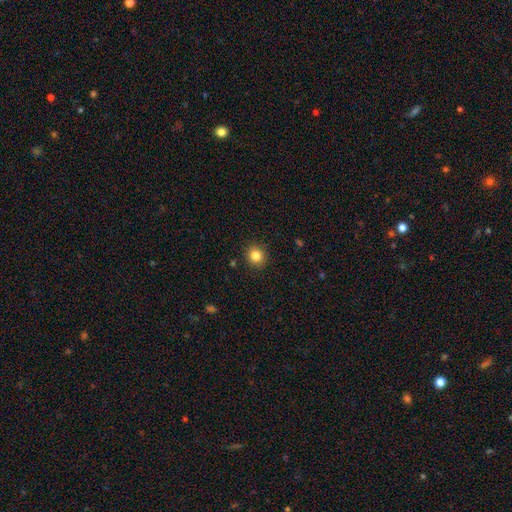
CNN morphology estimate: The model was most divided on "smooth or featured": smooth: 83%, star or artifact: 11%, featured or disk: 6%. More confident: merging — none (91%); how rounded — round (89%).